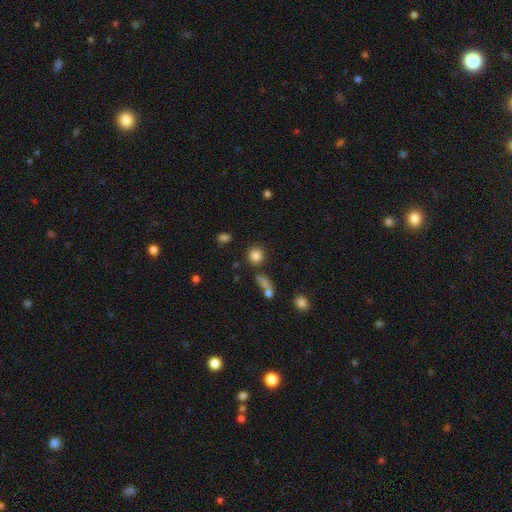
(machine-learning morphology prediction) Smooth or featured?
  - smooth: 84% *
  - star or artifact: 11%
  - featured or disk: 5%
How rounded?
  - round: 87% *
  - in between: 11%
  - cigar-shaped: 2%
Merging?
  - none: 81% *
  - minor disturbance: 8%
  - merger: 7%
  - major disturbance: 4%